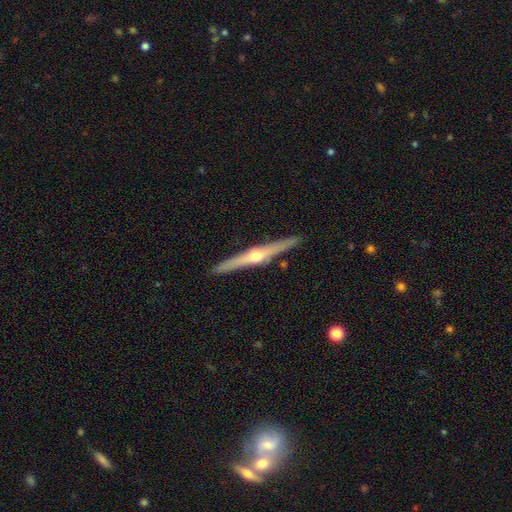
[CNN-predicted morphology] smooth_or_featured: featured or disk (p=0.77) [alt: smooth p=0.17]
disk_edge_on: yes (p=0.98) [alt: no p=0.02]
edge_on_bulge: rounded (p=0.94) [alt: none p=0.03]
merging: none (p=0.89) [alt: minor disturbance p=0.07]